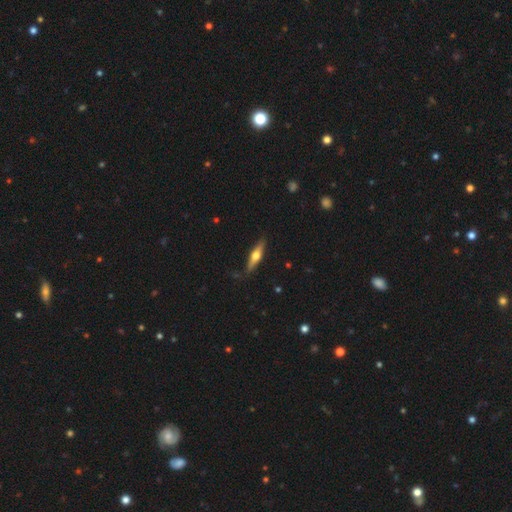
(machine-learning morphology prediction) A featured or disk galaxy (57%) viewed edge-on (93%) with a rounded central bulge (94%).

Vote fractions:
- Smooth or featured? featured or disk: 57% / smooth: 38% / star or artifact: 5%
- Edge-on disk? yes: 93% / no: 7%
- Edge-on bulge? rounded: 94% / none: 3% / boxy: 3%
- Merging? none: 83% / minor disturbance: 12% / major disturbance: 3% / merger: 1%